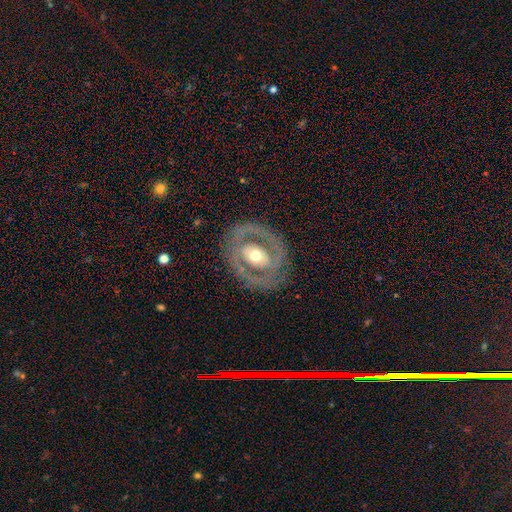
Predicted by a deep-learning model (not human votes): This is likely a featured or disk galaxy (73%). It is clearly not viewed edge-on (95%). Bar: possibly no (55%). Spiral arm pattern: possibly no (57%). Central bulge: likely moderate (70%). Merging: likely none (79%).